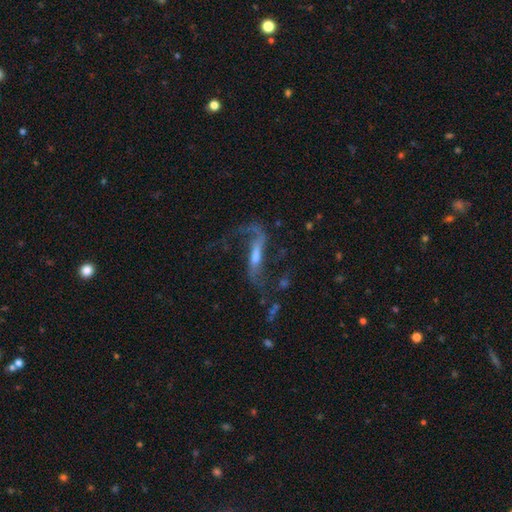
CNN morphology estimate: Q: Smooth or featured?
A: featured or disk (83%); runner-up: smooth (10%)
Q: Edge-on disk?
A: no (80%); runner-up: yes (20%)
Q: Bar?
A: strong (42%); runner-up: weak (36%)
Q: Spiral arms?
A: yes (92%); runner-up: no (8%)
Q: Spiral winding?
A: loose (85%); runner-up: medium (12%)
Q: Spiral arm count?
A: 2 (84%); runner-up: 1 (10%)
Q: Bulge size?
A: moderate (44%); runner-up: small (41%)
Q: Merging?
A: none (51%); runner-up: major disturbance (27%)